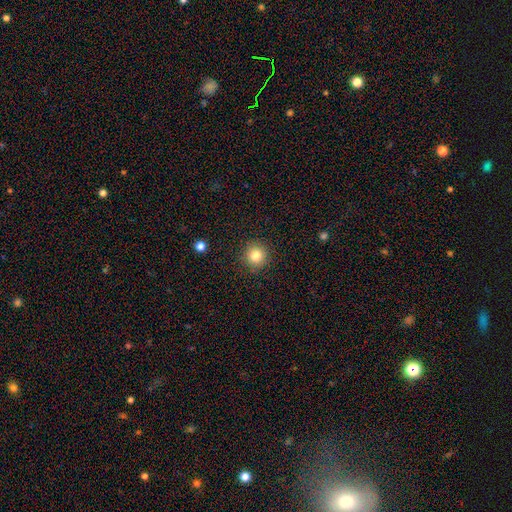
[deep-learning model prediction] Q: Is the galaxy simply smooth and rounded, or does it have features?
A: smooth — 82%.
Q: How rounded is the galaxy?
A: round — 95%.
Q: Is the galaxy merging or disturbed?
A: none — 91%.